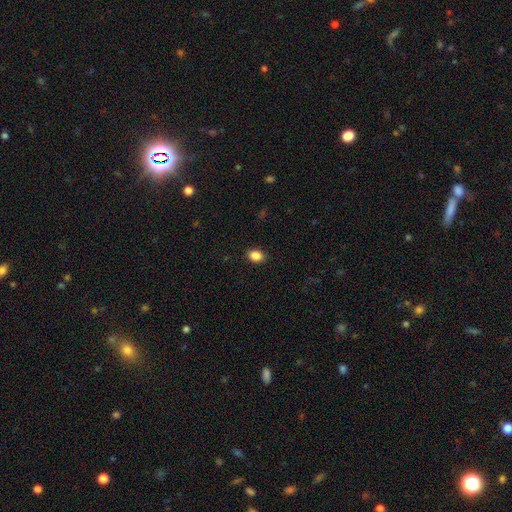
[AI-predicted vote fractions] smooth_or_featured: smooth (p=0.87) [alt: star or artifact p=0.09]
how_rounded: in between (p=0.73) [alt: round p=0.26]
merging: none (p=0.89) [alt: minor disturbance p=0.08]